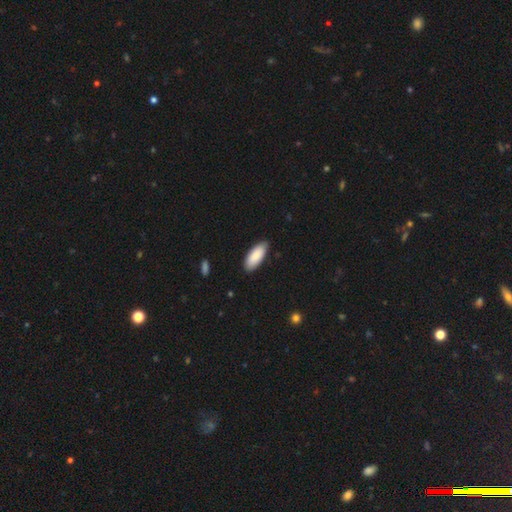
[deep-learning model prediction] The model was most divided on "how rounded": in between: 83%, cigar-shaped: 16%, round: 1%. More confident: smooth or featured — smooth (88%); merging — none (85%).